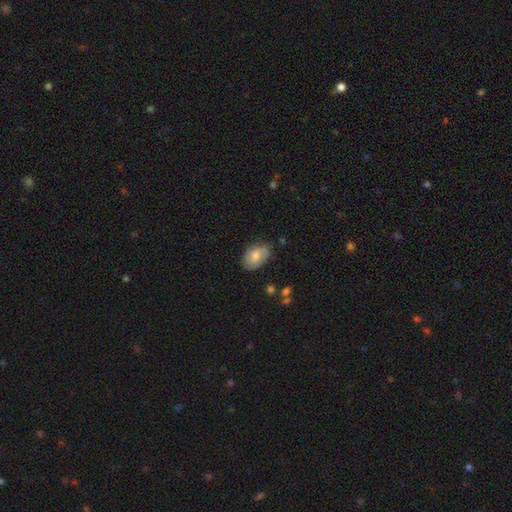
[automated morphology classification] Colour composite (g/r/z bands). It shows a smooth galaxy with no disk features (70%) that is in between round and cigar-shaped (89%). Merging: none (70%).